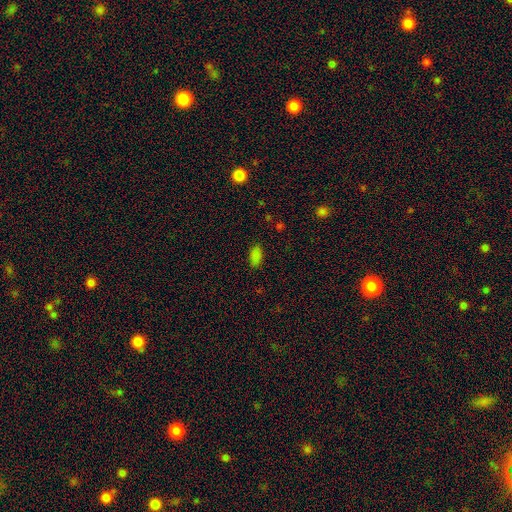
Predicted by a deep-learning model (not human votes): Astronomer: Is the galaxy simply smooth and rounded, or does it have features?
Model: smooth — 82%.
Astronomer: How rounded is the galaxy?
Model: in between — 92%.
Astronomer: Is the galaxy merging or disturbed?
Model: none — 83%.